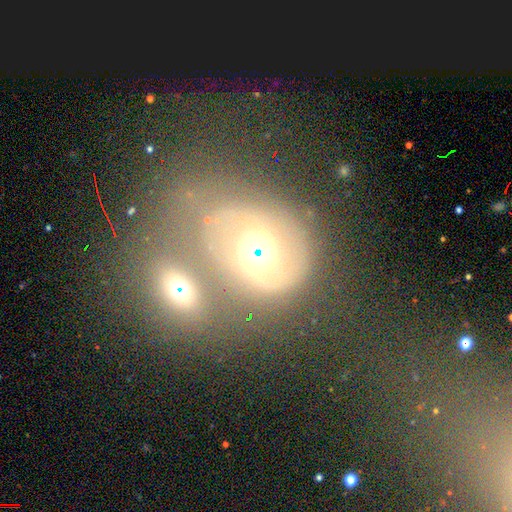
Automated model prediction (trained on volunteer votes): This appears to be a featured or disk galaxy (57%) with no bar (60%), spiral arms (62%) and a moderate central bulge (60%). Merging: none (44%).